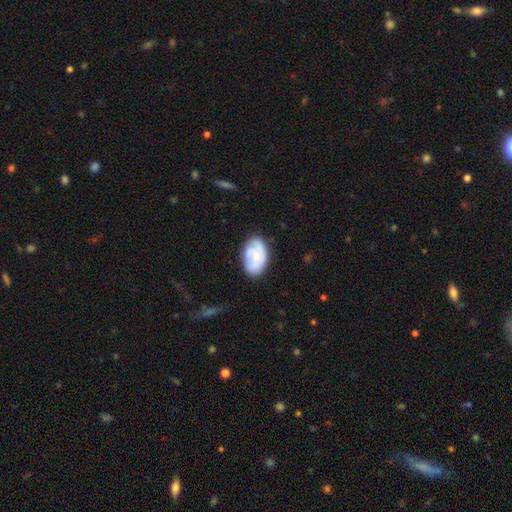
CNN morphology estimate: Overall: smooth (58%; featured or disk 35%). How rounded: in between (90%). Merging: none (66%).